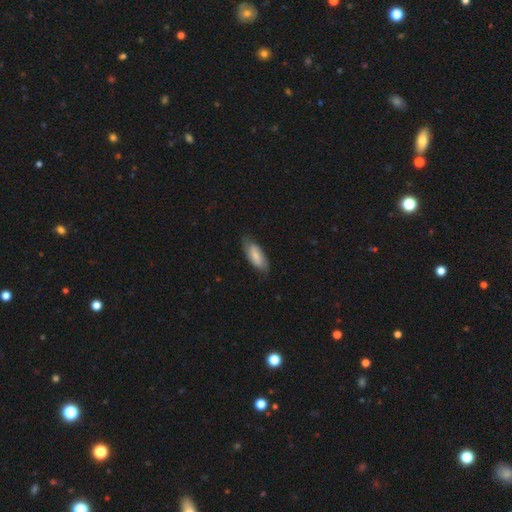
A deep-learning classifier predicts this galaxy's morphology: Smooth or featured? Predicted: smooth (p=0.64). How rounded? Predicted: in between (p=0.81). Merging? Predicted: none (p=0.76).